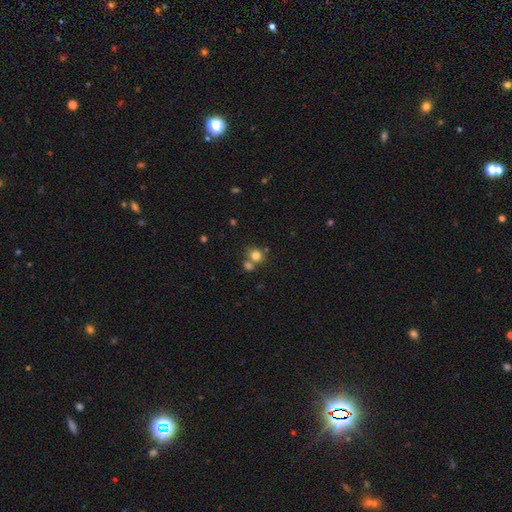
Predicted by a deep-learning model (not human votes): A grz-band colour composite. It shows a smooth galaxy with no disk features (78%) that is round (62%). Merging: none (49%).